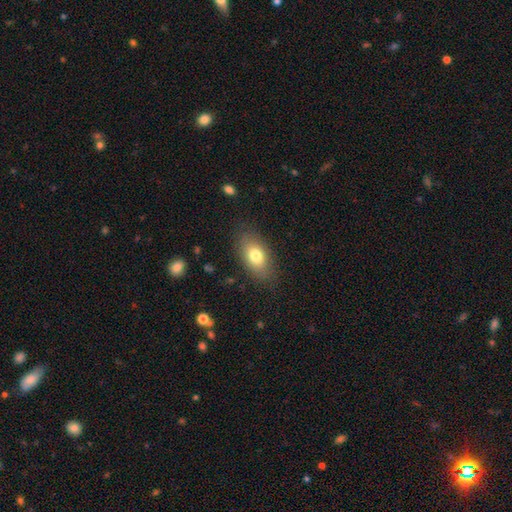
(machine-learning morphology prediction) This is likely a smooth galaxy (77%). How rounded: clearly in between (89%). Merging: clearly none (82%).